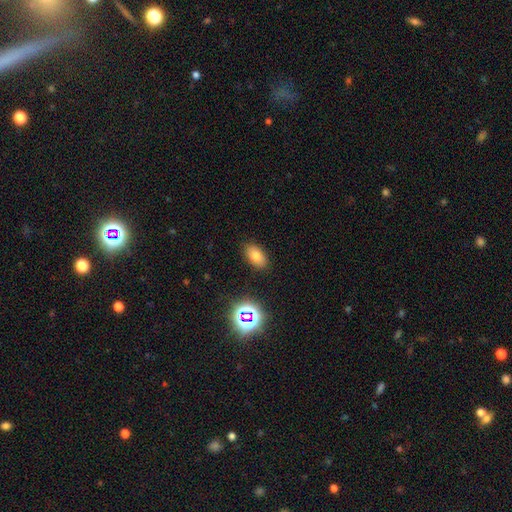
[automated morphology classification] Q: Smooth or featured?
A: smooth (73%); runner-up: star or artifact (15%)
Q: How rounded?
A: in between (90%); runner-up: round (7%)
Q: Merging?
A: none (87%); runner-up: minor disturbance (9%)